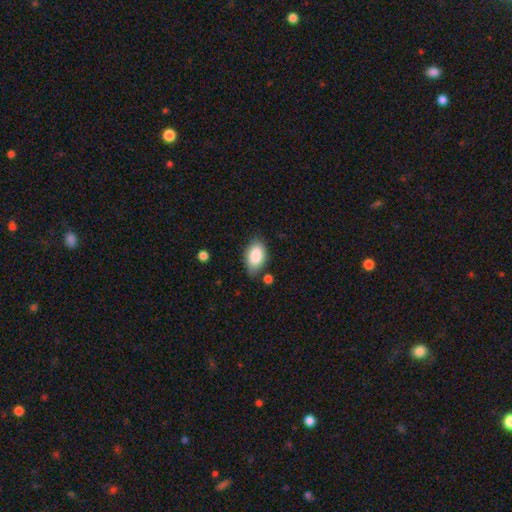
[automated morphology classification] Smooth or featured? Predicted: smooth (p=0.86). How rounded? Predicted: in between (p=0.92). Merging? Predicted: none (p=0.69).